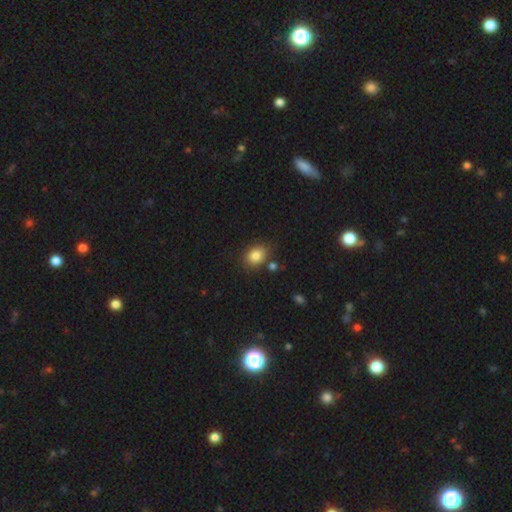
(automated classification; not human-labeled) This appears to be a smooth galaxy with no disk features (84%) that is in between round and cigar-shaped (54%). Merging: none (77%).